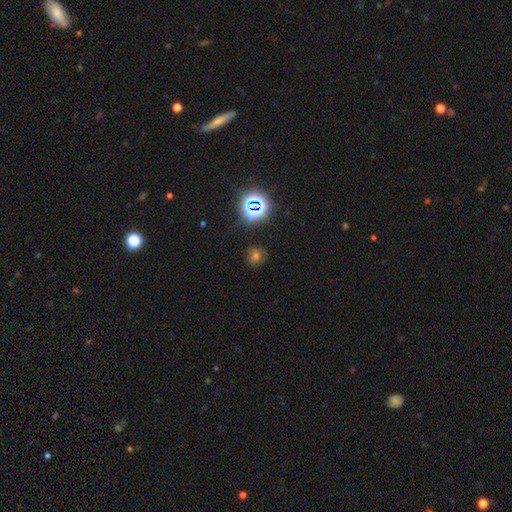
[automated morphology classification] Smooth or featured?
  - smooth: 47% *
  - star or artifact: 41%
  - featured or disk: 11%
Merging?
  - none: 83% *
  - minor disturbance: 11%
  - major disturbance: 4%
  - merger: 2%